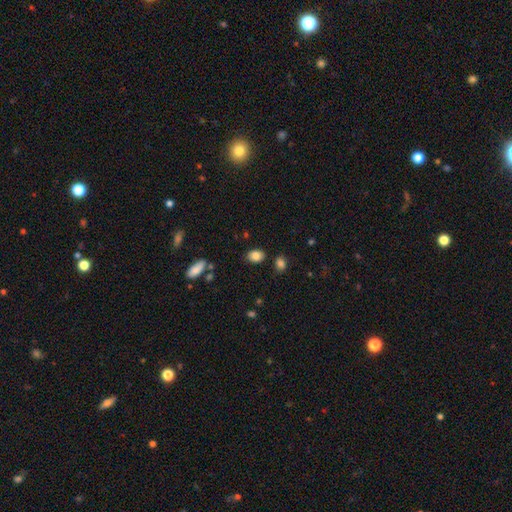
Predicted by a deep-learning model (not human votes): Smooth or featured: smooth — 85% (star or artifact — 9%)
How rounded: in between — 73% (round — 25%)
Merging: none — 81% (minor disturbance — 12%)